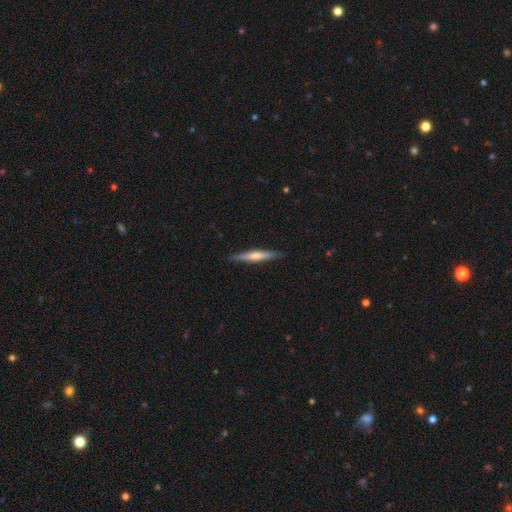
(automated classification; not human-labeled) Morphology: type=featured or disk (49%); merging=none (89%).